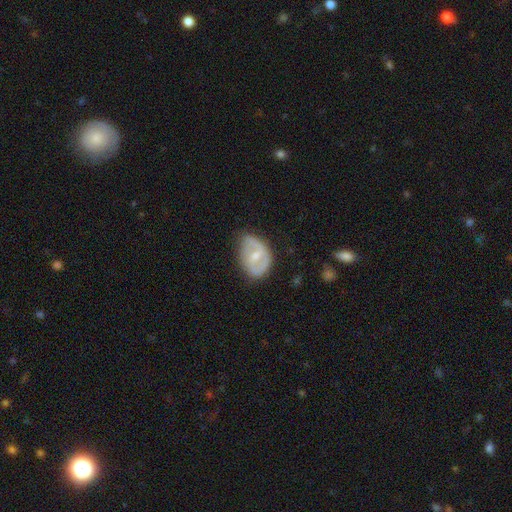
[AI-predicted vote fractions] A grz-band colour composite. It shows a featured or disk galaxy (57%) with a weak bar (45%), spiral arms (55%) and a moderate central bulge (51%). Merging: none (51%).